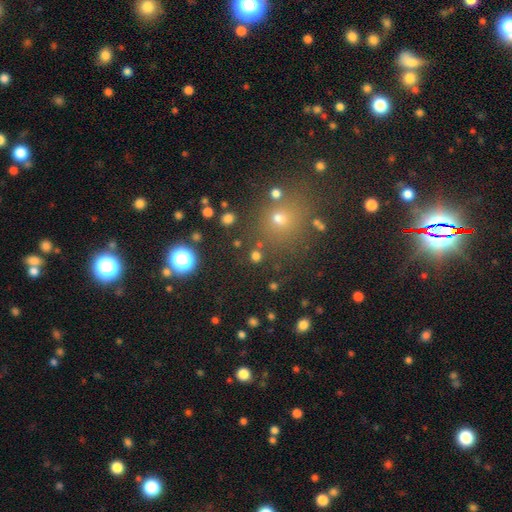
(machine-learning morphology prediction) type=star or artifact (48%).